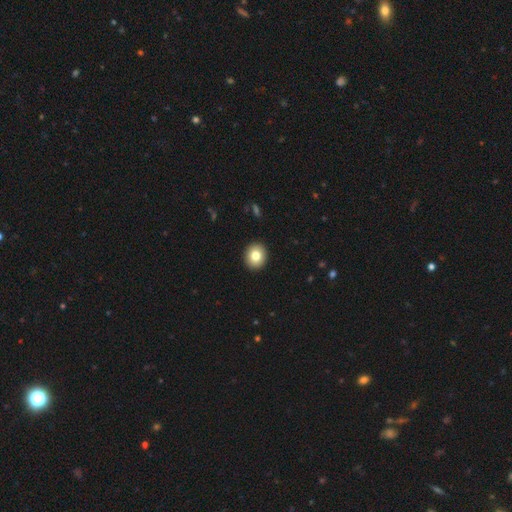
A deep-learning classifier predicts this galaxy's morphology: Overall: smooth (81%). How rounded: round (78%). Merging: none (93%).